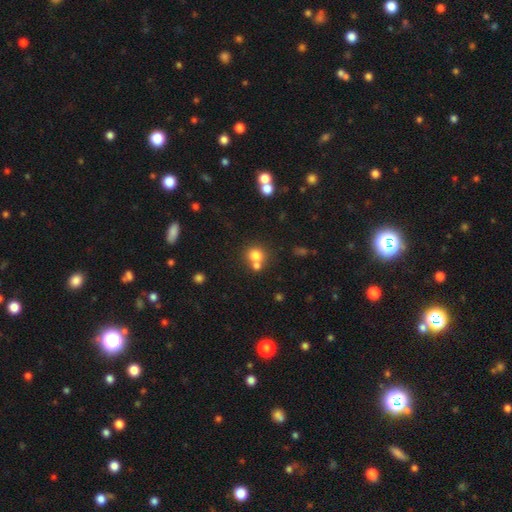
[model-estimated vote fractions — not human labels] Q: Smooth or featured?
A: smooth (77%); runner-up: star or artifact (13%)
Q: How rounded?
A: round (84%); runner-up: in between (16%)
Q: Merging?
A: none (49%); runner-up: merger (40%)